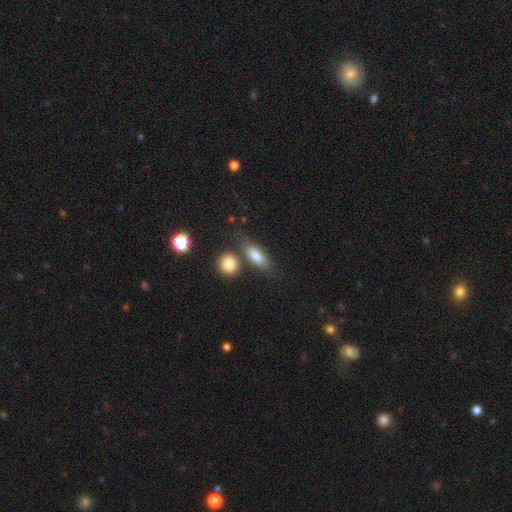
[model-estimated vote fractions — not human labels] This is likely a smooth galaxy (79%). How rounded: likely in between (76%). Merging: likely none (61%).